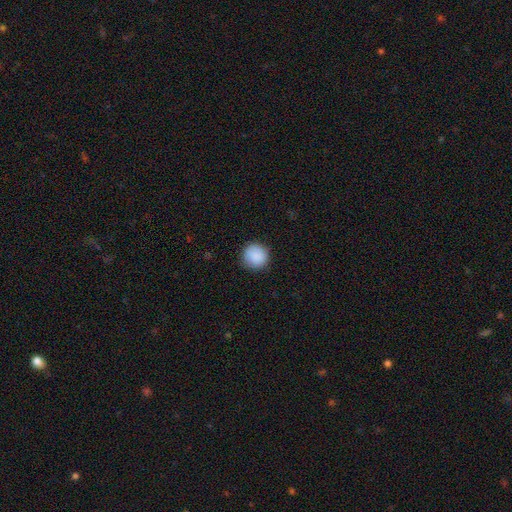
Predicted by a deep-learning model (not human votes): Overall: smooth (89%). How rounded: round (93%). Merging: none (86%).